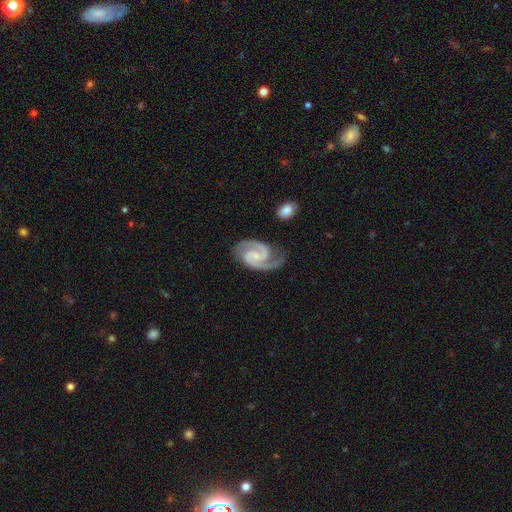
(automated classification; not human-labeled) smooth-or-featured: featured or disk: 93% | star or artifact: 4% | smooth: 3%
  disk-edge-on: no: 98% | yes: 2%
    bar: weak: 45% | no: 40% | strong: 15%
    has-spiral-arms: yes: 99% | no: 1%
      spiral-winding: medium: 56% | tight: 37% | loose: 7%
      spiral-arm-count: 2: 94% | 3: 2% | can't tell: 1% | 1: 1% | 4: 1% | more than 4: 1%
    bulge-size: small: 56% | none: 22% | moderate: 20% | large: 2% | dominant: 1%
  merging: none: 78% | minor disturbance: 15% | major disturbance: 5% | merger: 2%